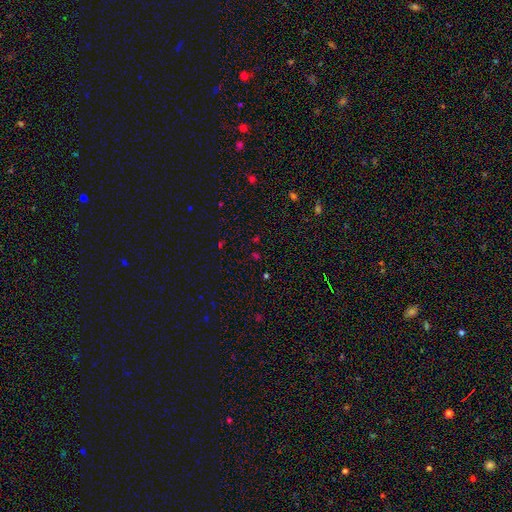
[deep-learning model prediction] smooth_or_featured: star or artifact (p=0.57) [alt: smooth p=0.36]